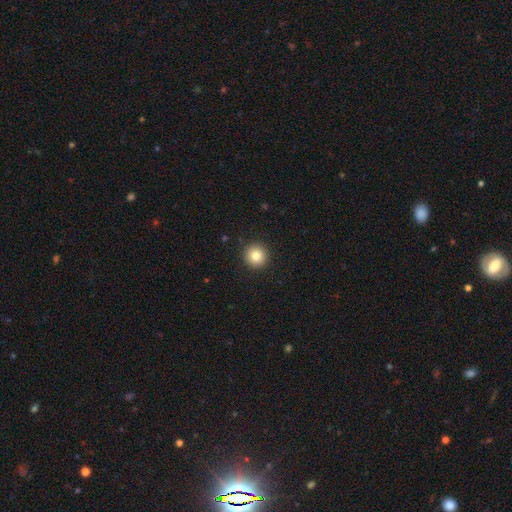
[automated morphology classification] smooth_or_featured: smooth (p=0.83) [alt: star or artifact p=0.10]
how_rounded: round (p=0.95) [alt: in between p=0.04]
merging: none (p=0.92) [alt: minor disturbance p=0.05]